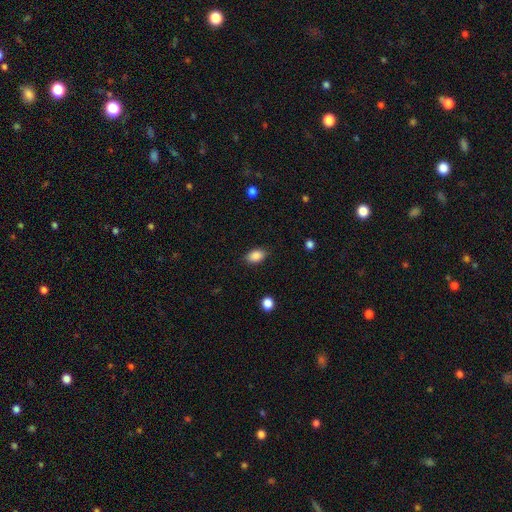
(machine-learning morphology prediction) smooth_or_featured: smooth (p=0.87) [alt: star or artifact p=0.08]
how_rounded: in between (p=0.87) [alt: round p=0.12]
merging: none (p=0.84) [alt: minor disturbance p=0.12]